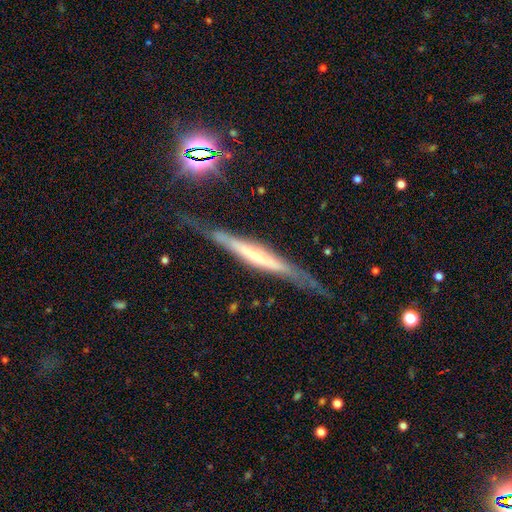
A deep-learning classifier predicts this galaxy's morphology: featured or disk 69%, smooth 24%, star or artifact 7%. Down the decision tree: edge-on disk — yes (90%); edge-on bulge — none (45%); merging — none (69%).